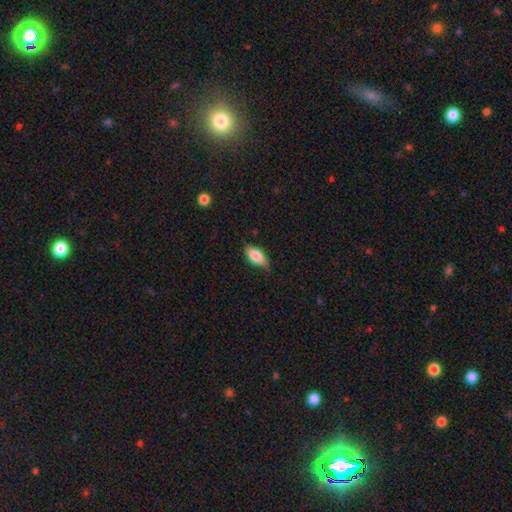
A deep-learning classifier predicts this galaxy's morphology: smooth 79%, featured or disk 14%, star or artifact 7%. Down the decision tree: how rounded — in between (87%); merging — none (69%).